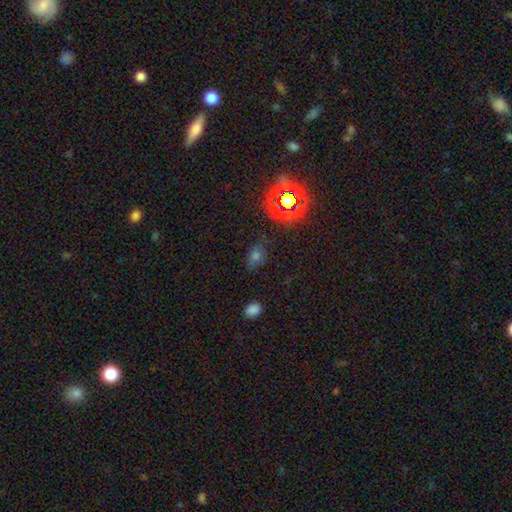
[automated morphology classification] Smooth or featured? Predicted: smooth (p=0.57). How rounded? Predicted: in between (p=0.71). Merging? Predicted: none (p=0.73).